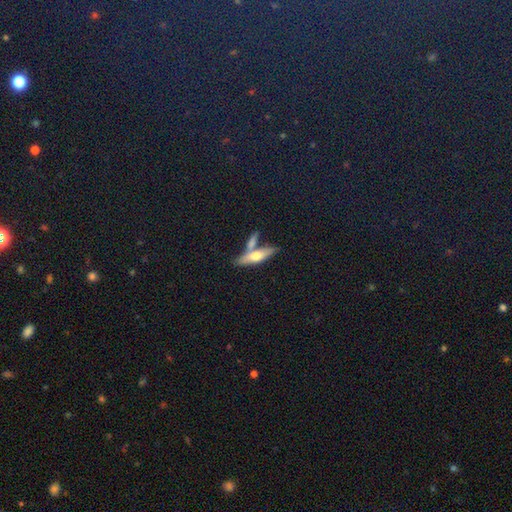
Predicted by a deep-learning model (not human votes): Morphology: type=smooth (54%); roundness=cigar-shaped (61%); merging=none (50%).